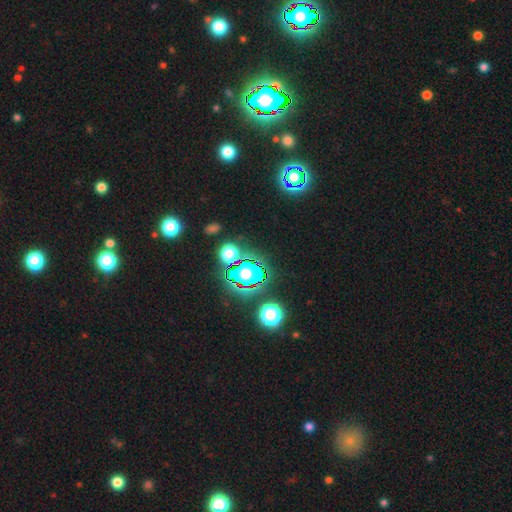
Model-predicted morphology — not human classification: smooth-or-featured: star or artifact: 79% | smooth: 14% | featured or disk: 8%